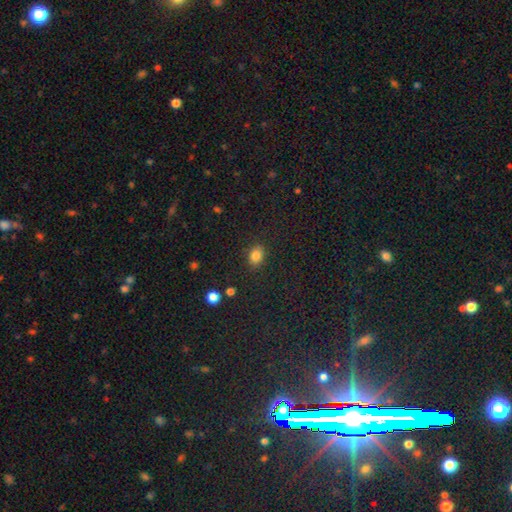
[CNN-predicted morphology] Q: Smooth or featured?
A: smooth (84%); runner-up: star or artifact (11%)
Q: How rounded?
A: in between (72%); runner-up: round (27%)
Q: Merging?
A: none (85%); runner-up: minor disturbance (11%)